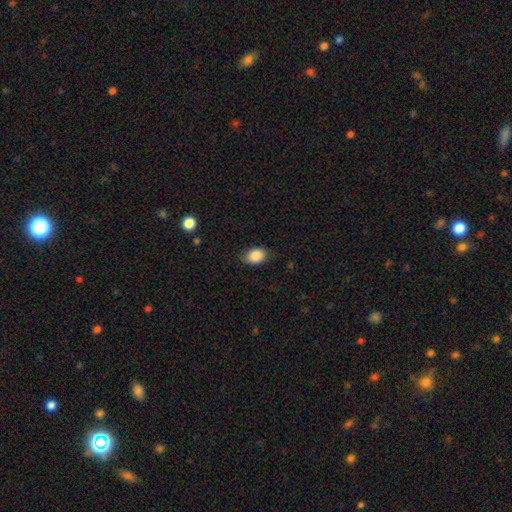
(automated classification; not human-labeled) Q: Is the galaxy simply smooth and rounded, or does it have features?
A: smooth — 88%.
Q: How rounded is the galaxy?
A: in between — 80%.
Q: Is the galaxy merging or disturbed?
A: none — 83%.